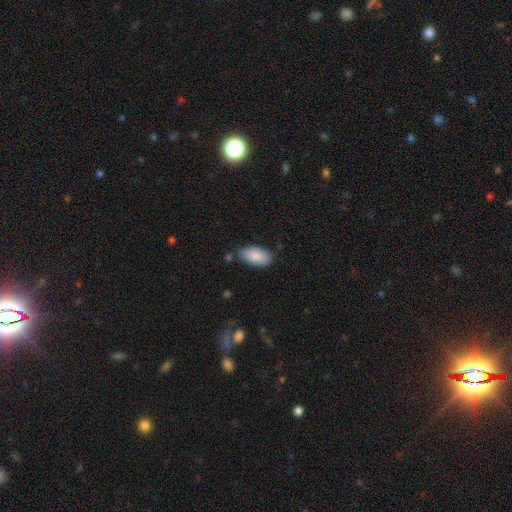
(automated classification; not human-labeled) A smooth galaxy with no disk features (88%) that is in between round and cigar-shaped (94%).

Vote fractions:
- Smooth or featured? smooth: 88% / star or artifact: 6% / featured or disk: 6%
- How rounded? in between: 94% / cigar-shaped: 3% / round: 3%
- Merging? none: 74% / minor disturbance: 19% / merger: 4% / major disturbance: 3%